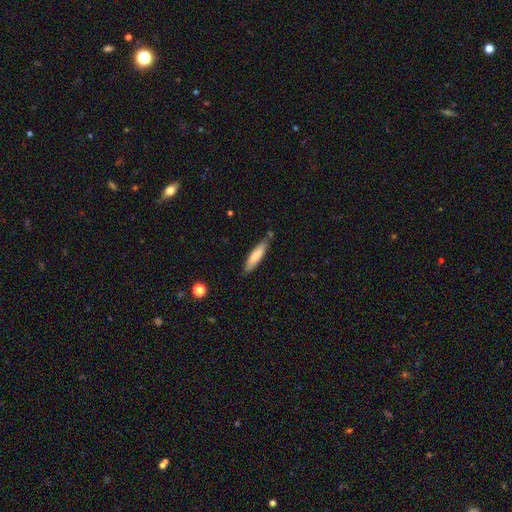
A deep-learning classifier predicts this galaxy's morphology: Q: Smooth or featured?
A: smooth (78%); runner-up: featured or disk (16%)
Q: How rounded?
A: cigar-shaped (79%); runner-up: in between (20%)
Q: Merging?
A: none (78%); runner-up: minor disturbance (16%)